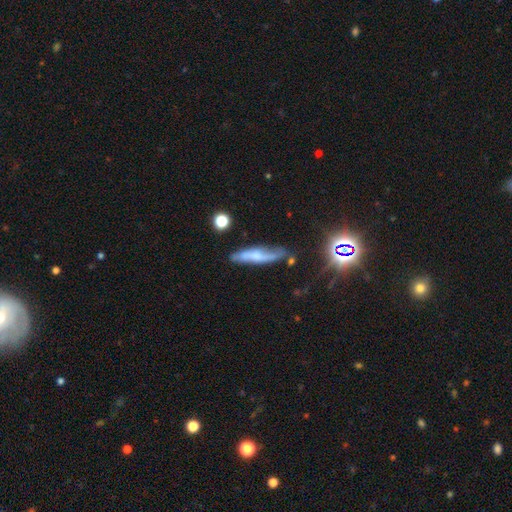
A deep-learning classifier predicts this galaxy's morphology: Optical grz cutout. It shows a featured or disk galaxy (49%). Merging: none (65%).